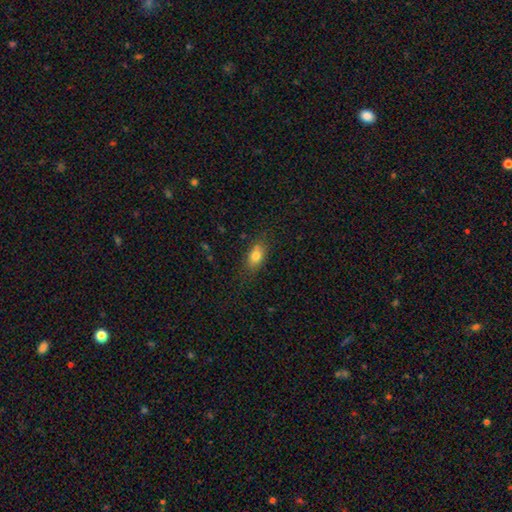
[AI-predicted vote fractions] smooth_or_featured: smooth (p=0.80) [alt: featured or disk p=0.11]
how_rounded: in between (p=0.84) [alt: round p=0.11]
merging: none (p=0.78) [alt: minor disturbance p=0.15]